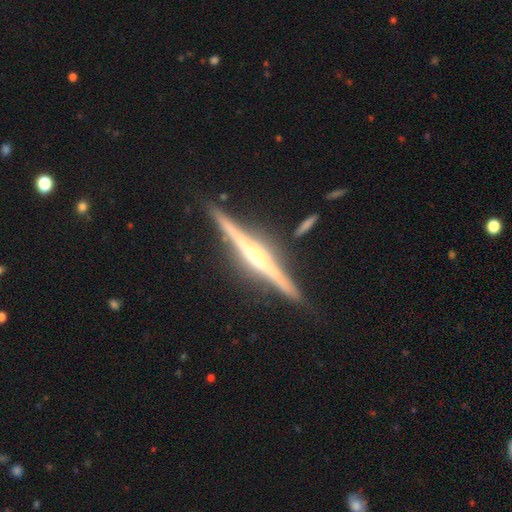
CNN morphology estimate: This appears to be a featured or disk galaxy (87%) viewed edge-on (98%) with a rounded central bulge (78%). Merging: none (88%).